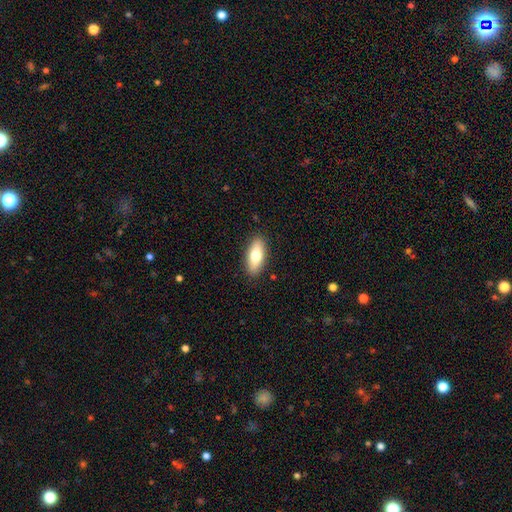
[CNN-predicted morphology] A smooth galaxy with no disk features (71%) that is in between round and cigar-shaped (77%).

Vote fractions:
- Smooth or featured? smooth: 71% / featured or disk: 23% / star or artifact: 6%
- How rounded? in between: 77% / cigar-shaped: 20% / round: 3%
- Merging? none: 89% / minor disturbance: 8% / major disturbance: 2% / merger: 1%